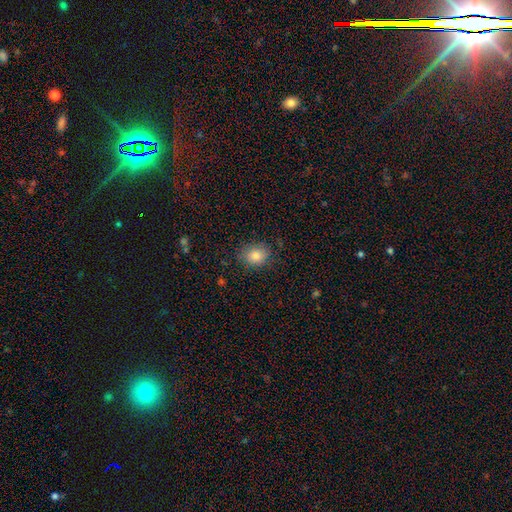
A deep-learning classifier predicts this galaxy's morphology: This appears to be a smooth galaxy with no disk features (82%) that is round (57%). Merging: none (81%).